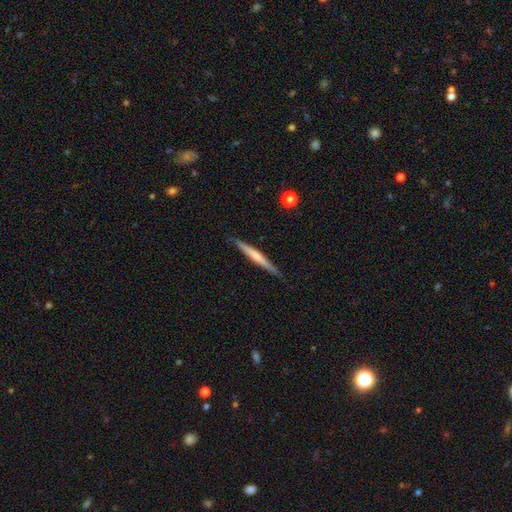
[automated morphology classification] type=featured or disk (48%); merging=none (88%).